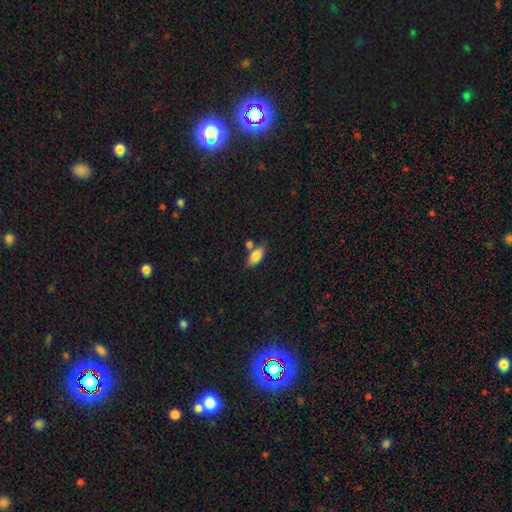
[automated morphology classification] A smooth galaxy with no disk features (82%) that is in between round and cigar-shaped (85%). Merging: none (66%).